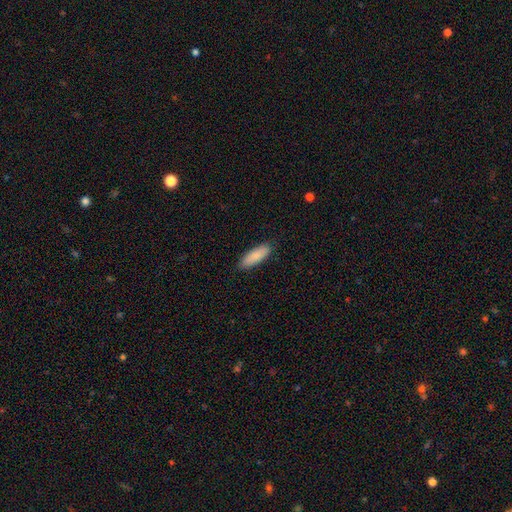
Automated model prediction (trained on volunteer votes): Smooth or featured? Predicted: smooth (p=0.85). How rounded? Predicted: in between (p=0.60). Merging? Predicted: none (p=0.87).